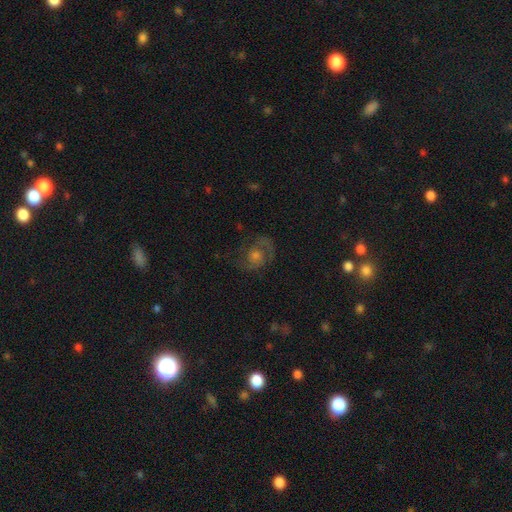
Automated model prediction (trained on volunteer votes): smooth_or_featured: featured or disk (p=0.66) [alt: smooth p=0.19]
disk_edge_on: no (p=0.97) [alt: yes p=0.03]
bar: no (p=0.73) [alt: weak p=0.23]
has_spiral_arms: yes (p=0.88) [alt: no p=0.12]
spiral_winding: medium (p=0.51) [alt: tight p=0.27]
spiral_arm_count: 2 (p=0.71) [alt: can't tell p=0.12]
bulge_size: moderate (p=0.48) [alt: small p=0.34]
merging: none (p=0.67) [alt: minor disturbance p=0.17]